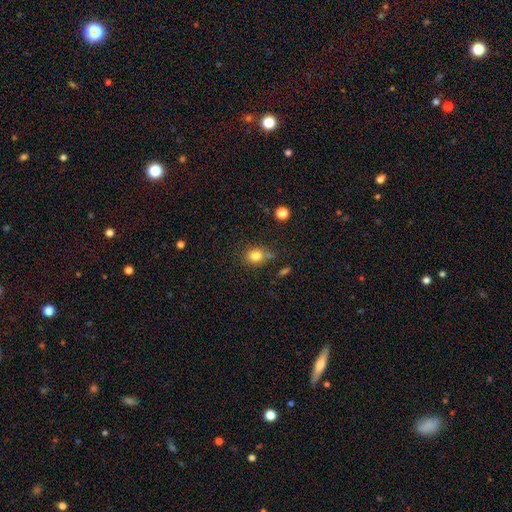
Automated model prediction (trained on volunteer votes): smooth-or-featured: smooth: 81% | star or artifact: 11% | featured or disk: 8%
  how-rounded: round: 68% | in between: 31% | cigar-shaped: 1%
  merging: none: 69% | minor disturbance: 18% | merger: 8% | major disturbance: 5%